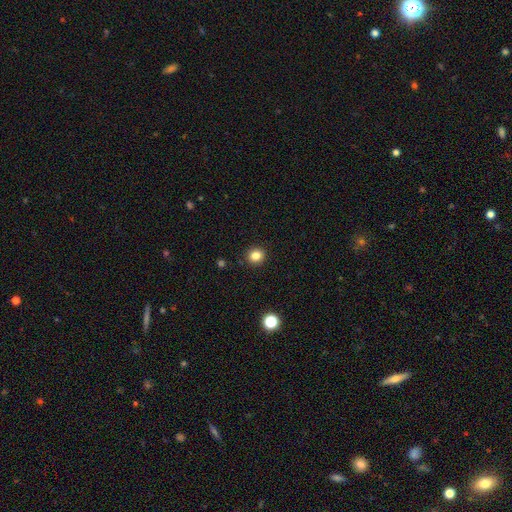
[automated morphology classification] type=smooth (83%); roundness=round (85%); merging=none (92%).